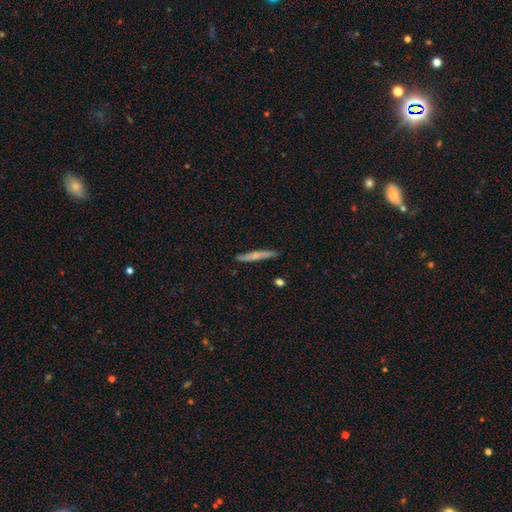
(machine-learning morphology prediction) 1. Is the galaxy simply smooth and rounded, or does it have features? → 53% smooth, 41% featured or disk, 6% star or artifact.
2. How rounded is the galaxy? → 94% cigar-shaped, 4% in between, 2% round.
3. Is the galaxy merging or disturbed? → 86% none, 10% minor disturbance, 2% major disturbance, 2% merger.